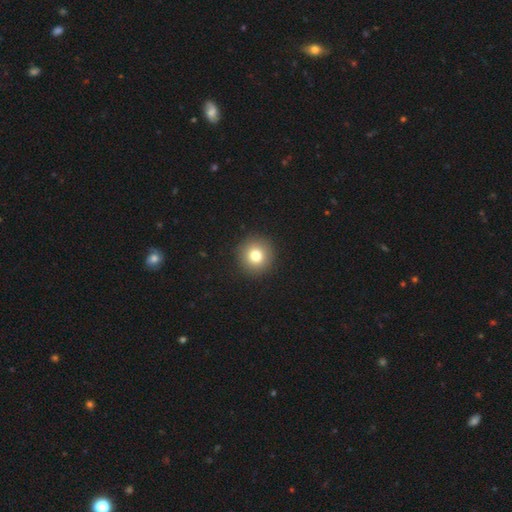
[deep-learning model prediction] Overall: smooth (79%). How rounded: round (94%). Merging: none (92%).